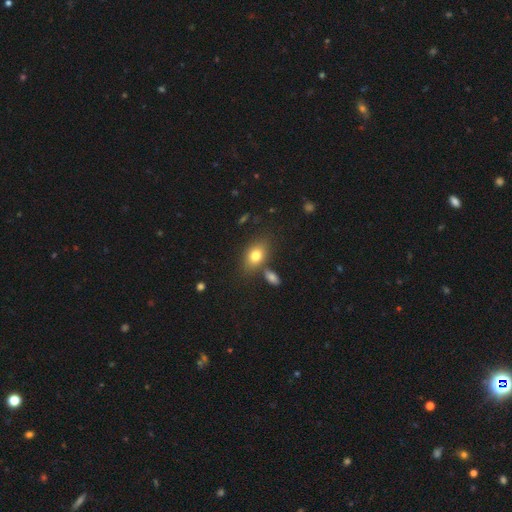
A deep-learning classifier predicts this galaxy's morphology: Smooth or featured? Predicted: smooth (p=0.78). How rounded? Predicted: in between (p=0.80). Merging? Predicted: none (p=0.70).